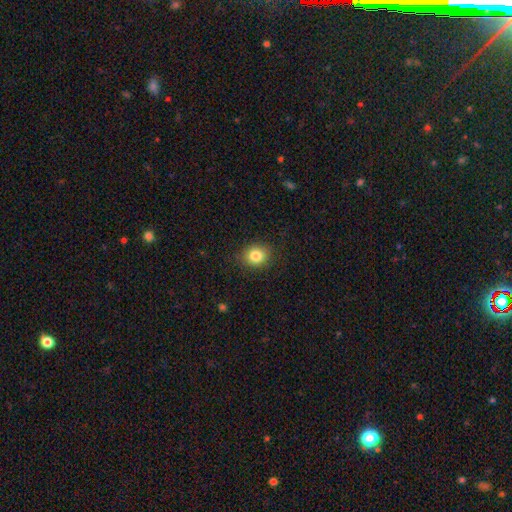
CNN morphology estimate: type=smooth (84%); roundness=round (67%); merging=none (85%).